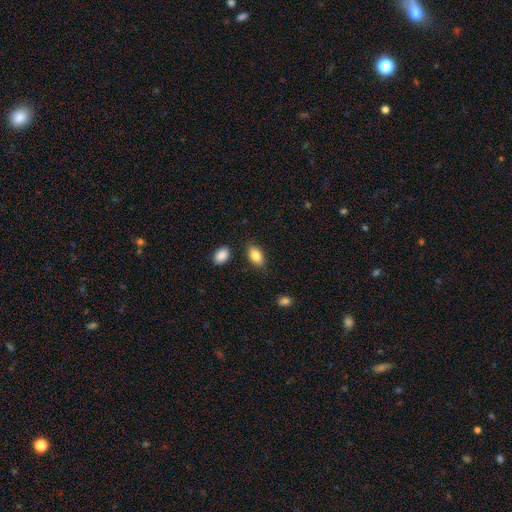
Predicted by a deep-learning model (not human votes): The model was most divided on "merging": none: 83%, minor disturbance: 11%, merger: 3%, major disturbance: 3%. More confident: how rounded — in between (91%); smooth or featured — smooth (84%).